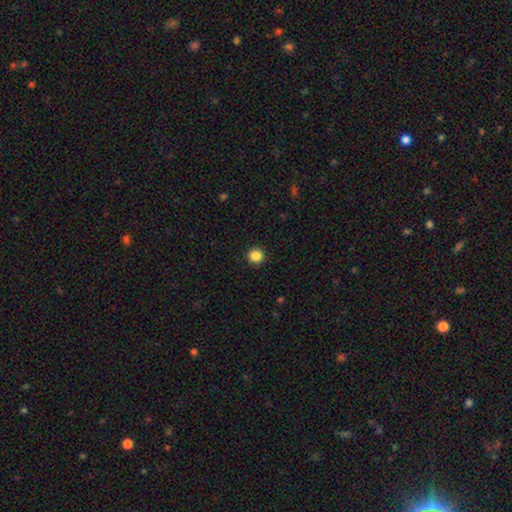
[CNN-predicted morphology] Smooth or featured: smooth — 86% (star or artifact — 11%)
How rounded: round — 95% (in between — 4%)
Merging: none — 93% (minor disturbance — 5%)